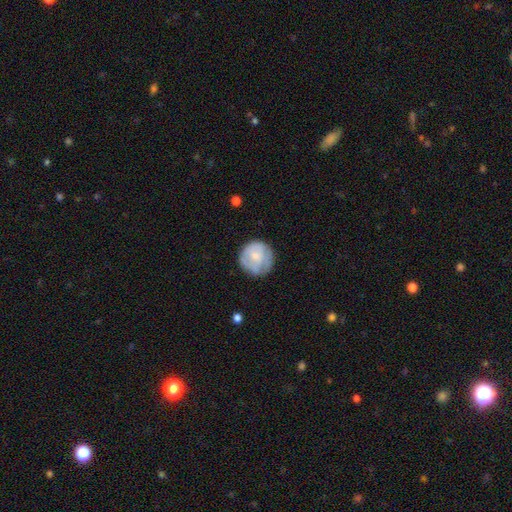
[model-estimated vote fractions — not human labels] Smooth or featured: smooth — 57% (featured or disk — 37%)
How rounded: round — 91% (in between — 8%)
Merging: none — 68% (minor disturbance — 23%)